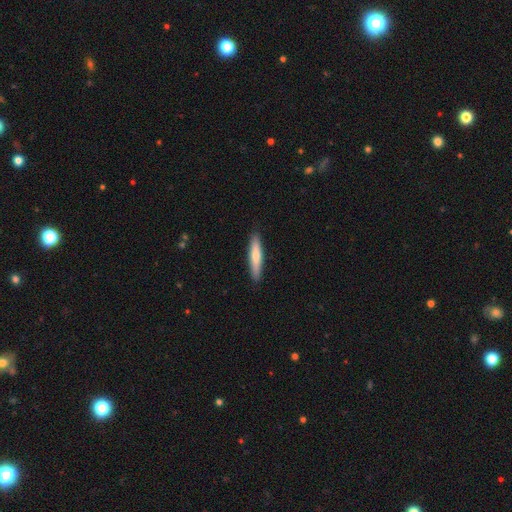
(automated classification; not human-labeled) Smooth or featured? Predicted: smooth (p=0.68). How rounded? Predicted: cigar-shaped (p=0.88). Merging? Predicted: none (p=0.90).